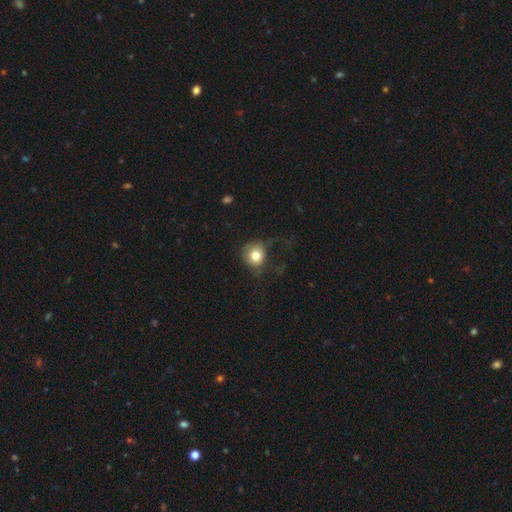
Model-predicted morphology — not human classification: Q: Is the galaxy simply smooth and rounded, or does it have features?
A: smooth — 77%.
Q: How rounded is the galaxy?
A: round — 85%.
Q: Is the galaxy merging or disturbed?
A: none — 55%.